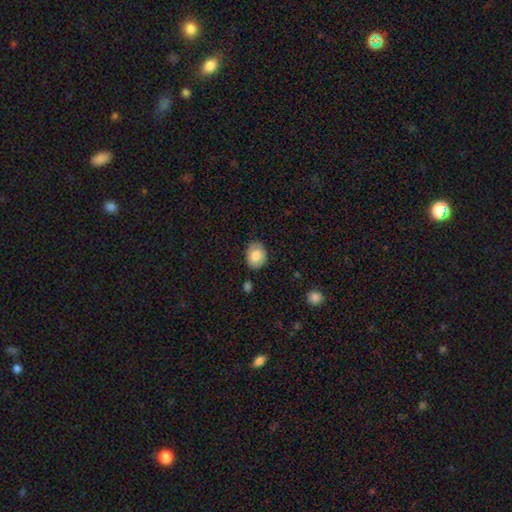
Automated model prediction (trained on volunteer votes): This is likely a smooth galaxy (78%). How rounded: likely in between (60%). Merging: clearly none (84%).